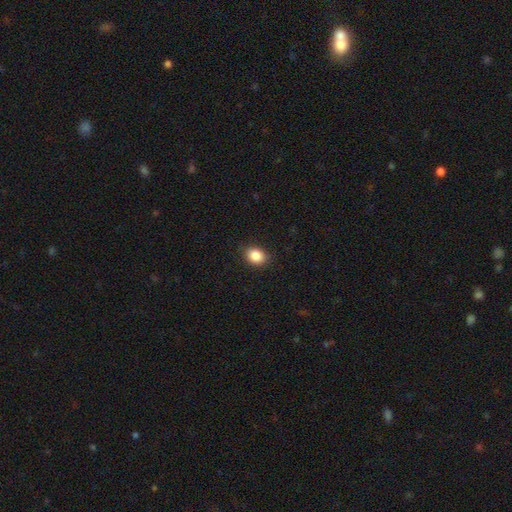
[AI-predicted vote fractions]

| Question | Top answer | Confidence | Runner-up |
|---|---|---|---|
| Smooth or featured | smooth | 87% | star or artifact (9%) |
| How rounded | in between | 51% | round (48%) |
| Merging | none | 86% | minor disturbance (11%) |